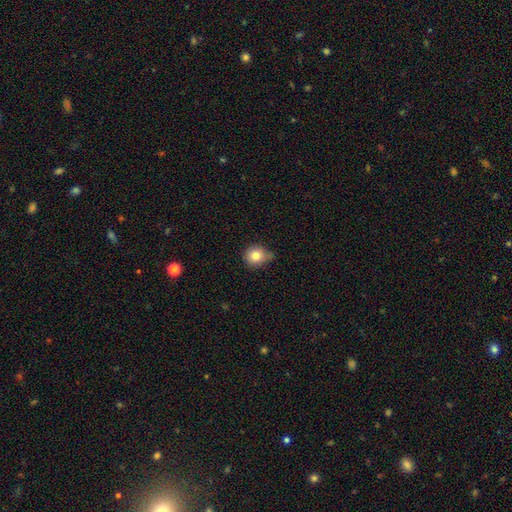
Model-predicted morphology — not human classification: The model was most divided on "merging": none: 58%, minor disturbance: 31%, major disturbance: 6%, merger: 4%. More confident: how rounded — round (84%); smooth or featured — smooth (80%).